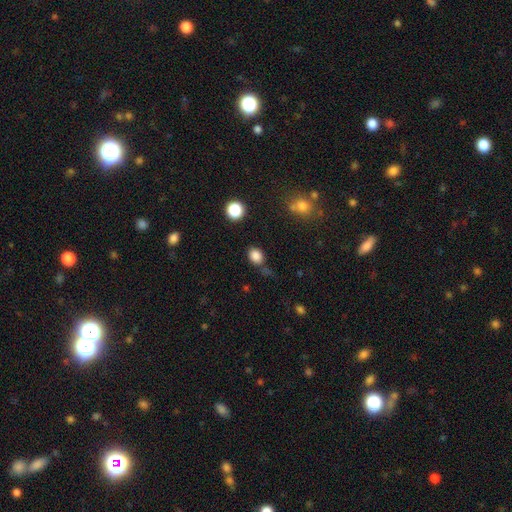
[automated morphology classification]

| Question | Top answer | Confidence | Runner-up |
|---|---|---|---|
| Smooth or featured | smooth | 84% | star or artifact (12%) |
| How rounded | in between | 56% | round (43%) |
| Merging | none | 69% | minor disturbance (18%) |